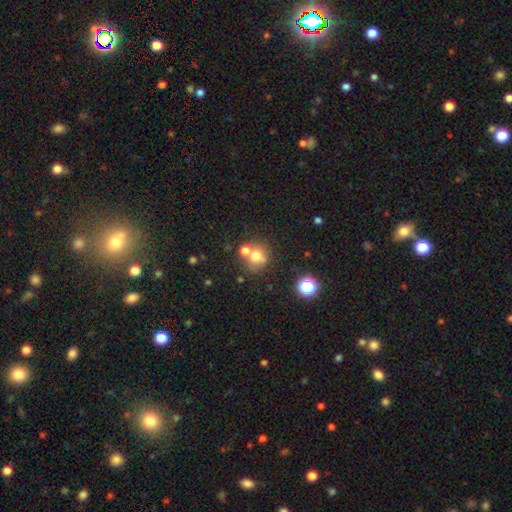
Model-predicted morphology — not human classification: smooth-or-featured: smooth: 68% | star or artifact: 17% | featured or disk: 15%
  how-rounded: round: 81% | in between: 19% | cigar-shaped: 1%
  merging: none: 53% | merger: 31% | minor disturbance: 11% | major disturbance: 5%